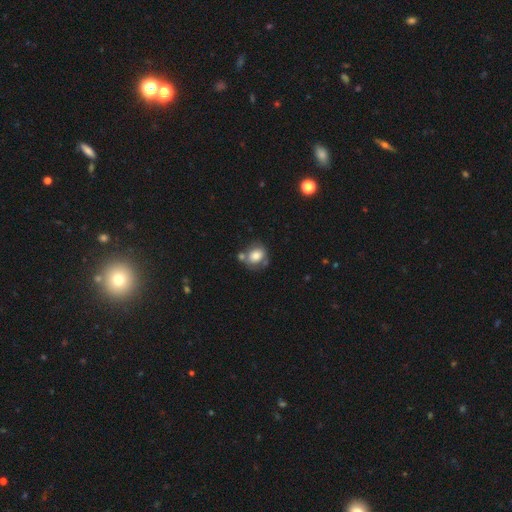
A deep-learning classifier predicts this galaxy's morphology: Smooth or featured: smooth — 76% (featured or disk — 15%)
How rounded: round — 60% (in between — 39%)
Merging: none — 52% (merger — 23%)